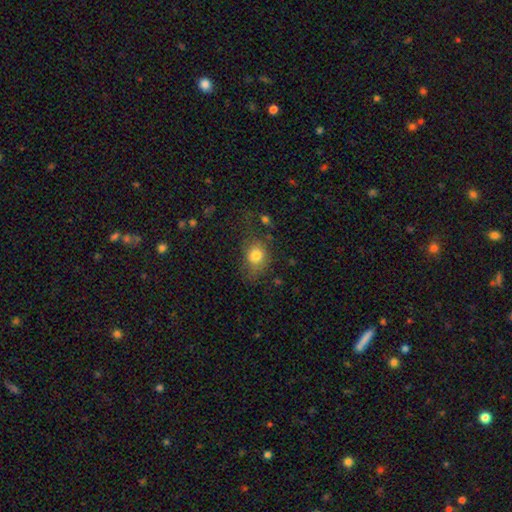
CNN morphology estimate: smooth-or-featured: smooth: 79% | featured or disk: 11% | star or artifact: 10%
  how-rounded: round: 53% | in between: 45% | cigar-shaped: 1%
  merging: none: 55% | minor disturbance: 24% | major disturbance: 18% | merger: 4%